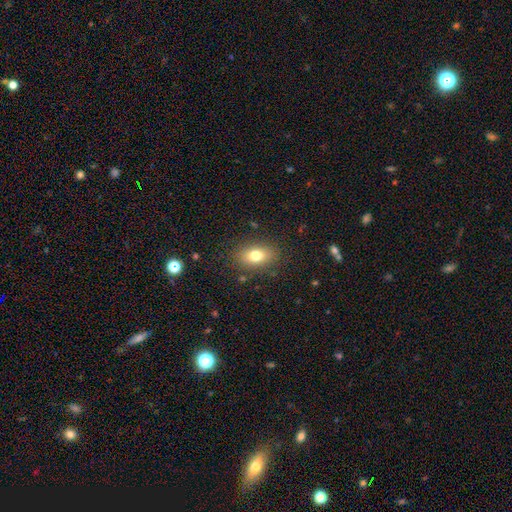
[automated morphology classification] smooth-or-featured: smooth: 77% | featured or disk: 13% | star or artifact: 10%
  how-rounded: in between: 81% | round: 16% | cigar-shaped: 2%
  merging: none: 85% | minor disturbance: 10% | major disturbance: 4% | merger: 1%